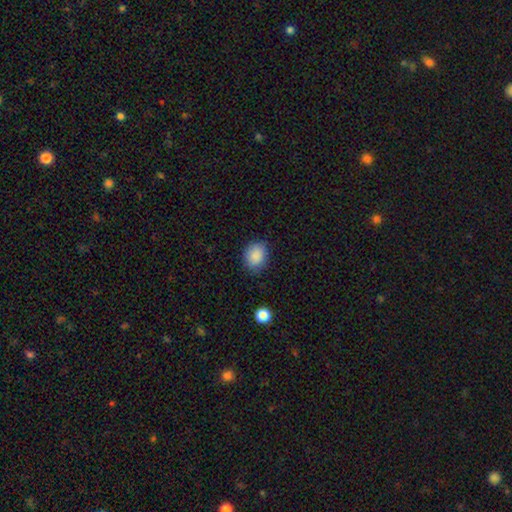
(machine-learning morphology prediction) Smooth or featured?
  - smooth: 88% *
  - star or artifact: 8%
  - featured or disk: 4%
How rounded?
  - in between: 50% *
  - round: 49%
  - cigar-shaped: 1%
Merging?
  - none: 79% *
  - minor disturbance: 16%
  - major disturbance: 3%
  - merger: 1%